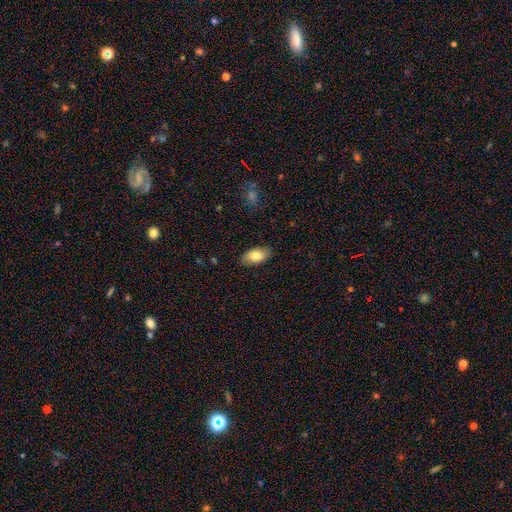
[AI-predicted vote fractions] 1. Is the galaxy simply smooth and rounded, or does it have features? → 80% smooth, 14% featured or disk, 7% star or artifact.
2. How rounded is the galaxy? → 94% in between, 4% round, 2% cigar-shaped.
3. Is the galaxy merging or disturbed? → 86% none, 11% minor disturbance, 2% major disturbance, 1% merger.